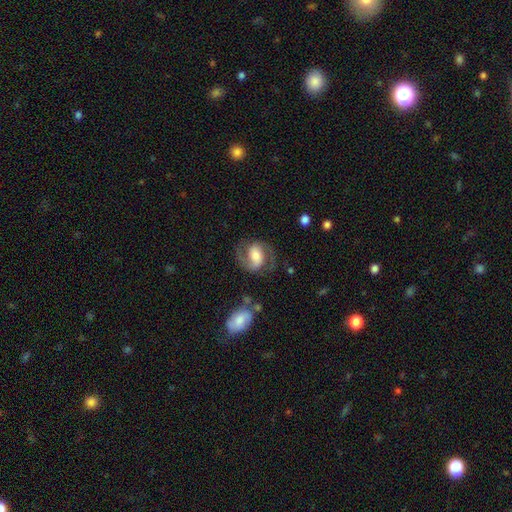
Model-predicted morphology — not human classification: Smooth or featured? featured or disk (76%)
Edge-on disk? no (97%)
Bar? weak (40%)
Spiral arms? yes (94%)
Spiral winding? medium (56%)
Spiral arm count? 2 (90%)
Bulge size? moderate (51%)
Merging? none (72%)